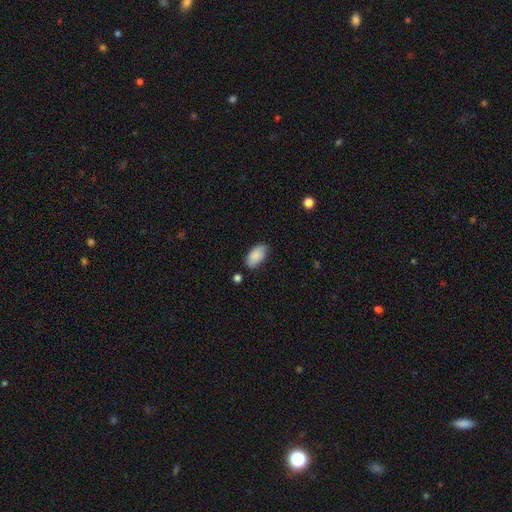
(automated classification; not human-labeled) The model was most divided on "merging": none: 72%, minor disturbance: 21%, major disturbance: 4%, merger: 3%. More confident: how rounded — in between (94%); smooth or featured — smooth (86%).